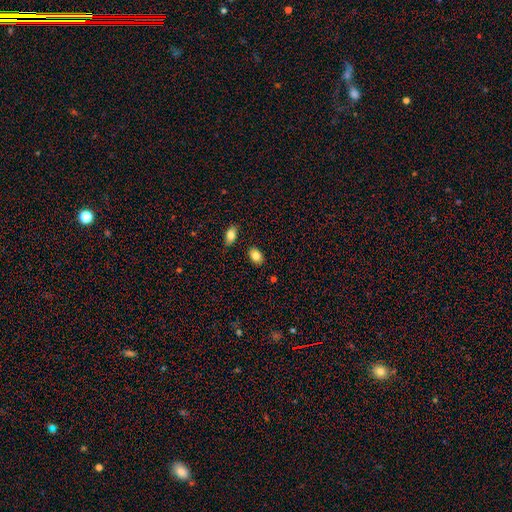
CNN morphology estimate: This is clearly a smooth galaxy (83%). How rounded: likely in between (77%). Merging: clearly none (86%).